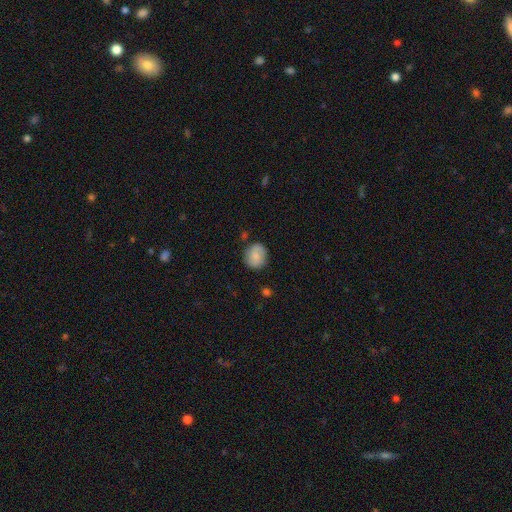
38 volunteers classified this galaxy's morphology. smooth-or-featured: smooth: 79% | featured or disk: 18% | star or artifact: 3%
  how-rounded: round: 87% | in between: 13% | cigar-shaped: 0%
  merging: none: 78% | minor disturbance: 16% | major disturbance: 3% | merger: 3%